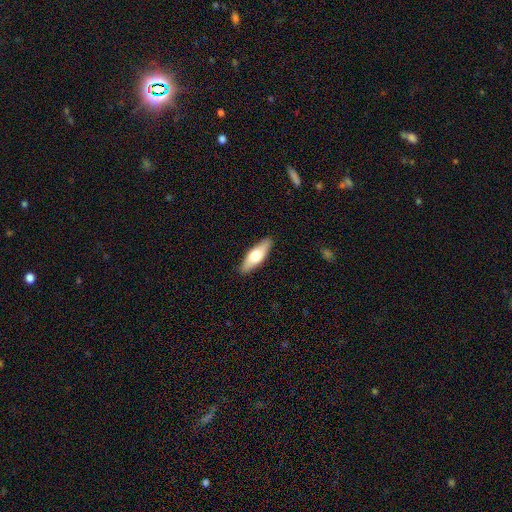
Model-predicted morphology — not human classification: This is likely a smooth galaxy (62%). How rounded: possibly in between (57%). Merging: clearly none (89%).